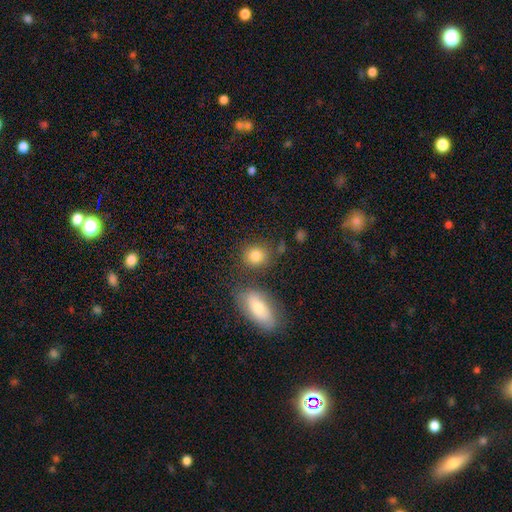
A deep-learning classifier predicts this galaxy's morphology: smooth-or-featured: smooth: 81% | star or artifact: 10% | featured or disk: 9%
  how-rounded: round: 72% | in between: 27% | cigar-shaped: 2%
  merging: none: 69% | merger: 14% | minor disturbance: 12% | major disturbance: 5%